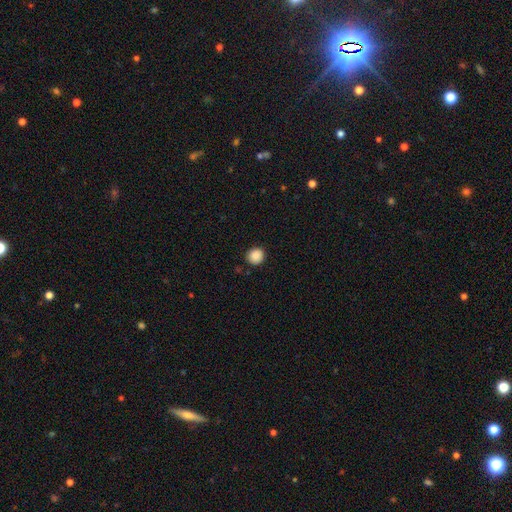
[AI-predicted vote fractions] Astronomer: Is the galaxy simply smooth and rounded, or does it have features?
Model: smooth — 89%.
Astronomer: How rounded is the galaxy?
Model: round — 90%.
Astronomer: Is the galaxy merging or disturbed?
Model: none — 90%.